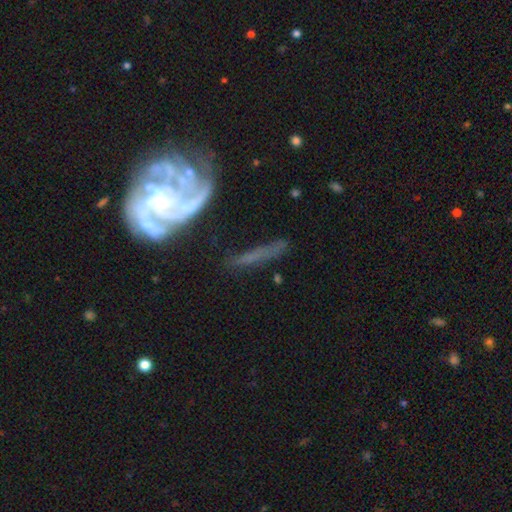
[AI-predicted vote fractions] Smooth or featured: featured or disk — 74% (smooth — 14%)
Edge-on disk: no — 88% (yes — 12%)
Bar: no — 56% (weak — 29%)
Spiral arms: yes — 87% (no — 13%)
Spiral winding: tight — 48% (medium — 35%)
Spiral arm count: can't tell — 26% (3 — 25%)
Bulge size: small — 53% (moderate — 25%)
Merging: none — 52% (minor disturbance — 19%)